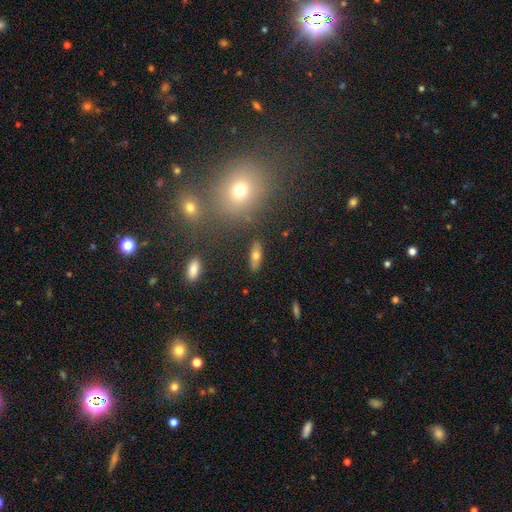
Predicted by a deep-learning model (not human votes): Smooth or featured: smooth — 66% (featured or disk — 24%)
How rounded: in between — 64% (cigar-shaped — 31%)
Merging: none — 86% (minor disturbance — 9%)